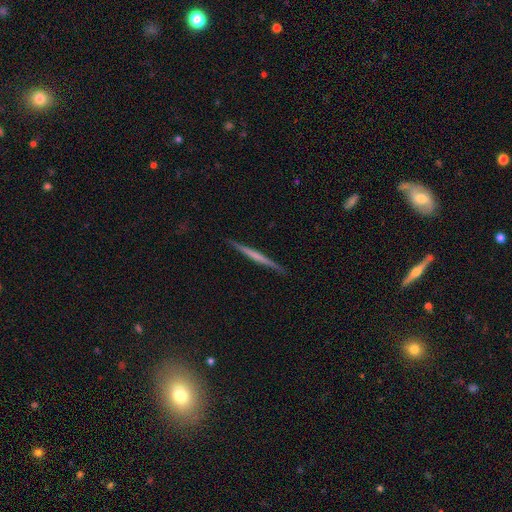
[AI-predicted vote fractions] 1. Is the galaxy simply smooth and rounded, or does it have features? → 58% featured or disk, 37% smooth, 6% star or artifact.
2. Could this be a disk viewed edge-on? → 98% yes, 2% no.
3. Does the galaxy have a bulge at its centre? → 80% none, 11% rounded, 8% boxy.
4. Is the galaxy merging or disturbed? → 91% none, 7% minor disturbance, 1% major disturbance, 1% merger.